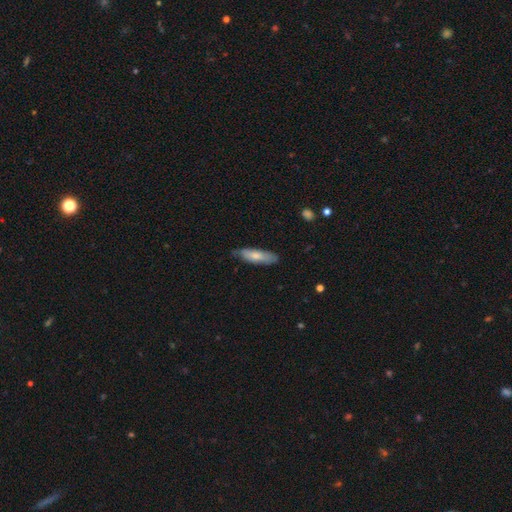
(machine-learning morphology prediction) Smooth or featured: smooth — 71% (featured or disk — 24%)
How rounded: cigar-shaped — 53% (in between — 46%)
Merging: none — 71% (minor disturbance — 24%)